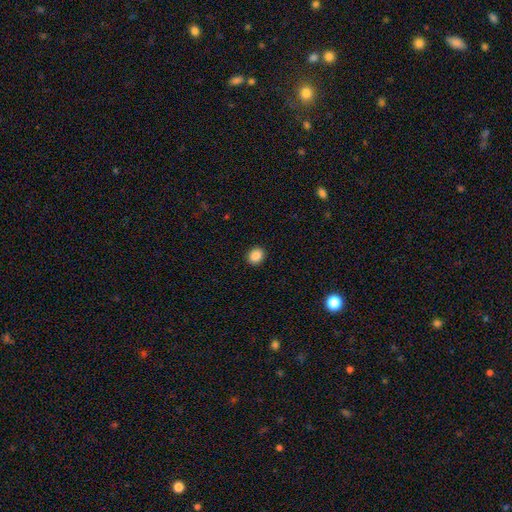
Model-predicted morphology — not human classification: type=smooth (88%); roundness=round (65%); merging=none (92%).